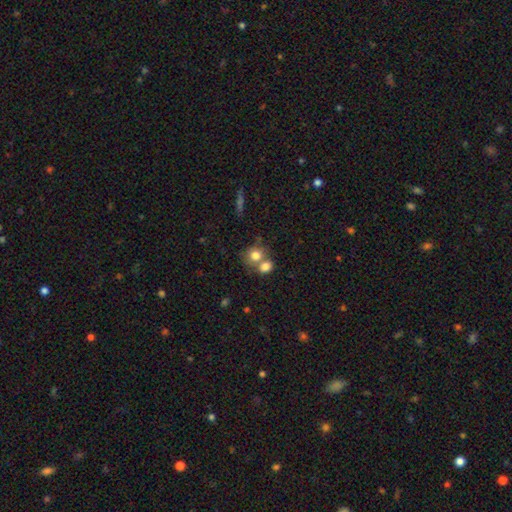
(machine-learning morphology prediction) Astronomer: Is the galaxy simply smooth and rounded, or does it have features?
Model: smooth — 77%.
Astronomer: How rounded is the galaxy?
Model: round — 68%.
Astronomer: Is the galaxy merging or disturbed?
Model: merger — 51% (runner-up: none, 37%).